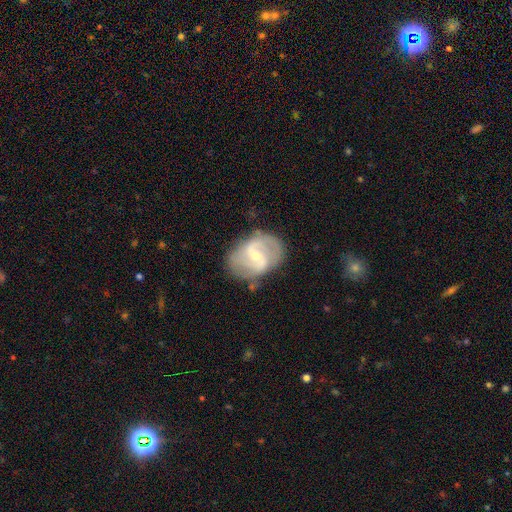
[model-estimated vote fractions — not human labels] Overall: featured or disk (81%). Edge-on disk: no (97%). Bar: weak (50%; strong 34%). Spiral arms: yes (87%). Spiral arm count: 2 (82%). Spiral winding: medium (47%; loose 30%). Bulge size: small (51%; moderate 46%). Merging: none (72%).